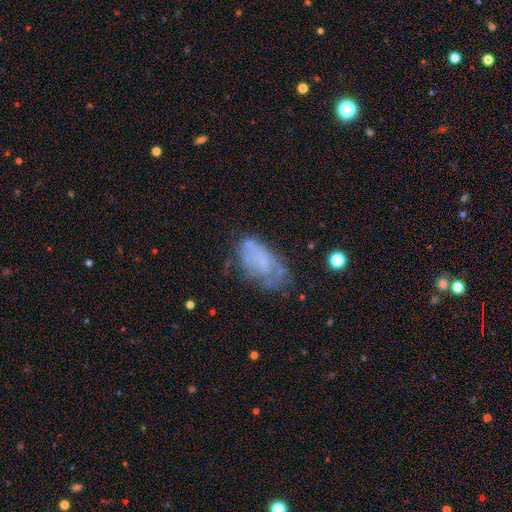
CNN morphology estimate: type=smooth (50%); roundness=in between (90%); merging=none (51%).